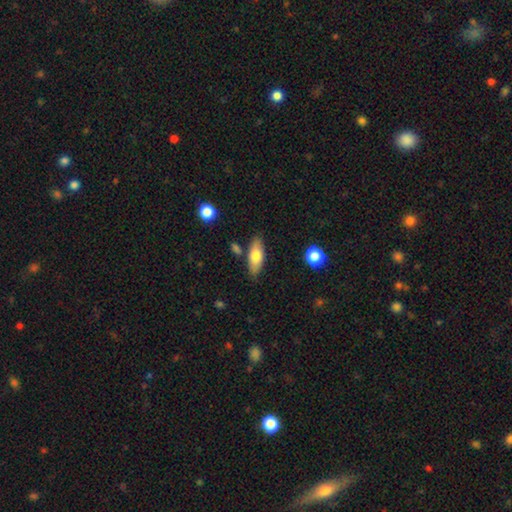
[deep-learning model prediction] This is likely a smooth galaxy (71%). How rounded: likely in between (76%). Merging: clearly none (81%).